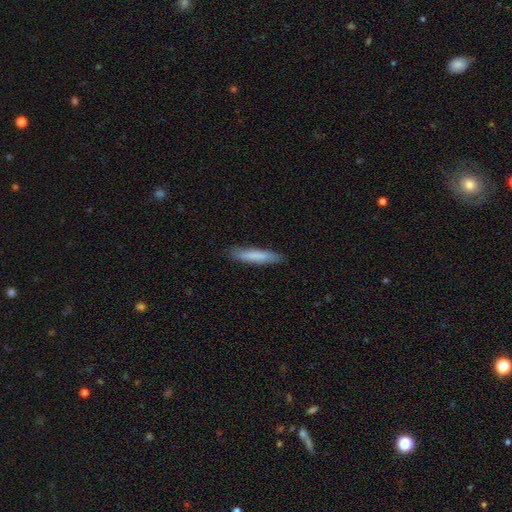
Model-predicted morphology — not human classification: type=smooth (79%); roundness=cigar-shaped (90%); merging=none (88%).